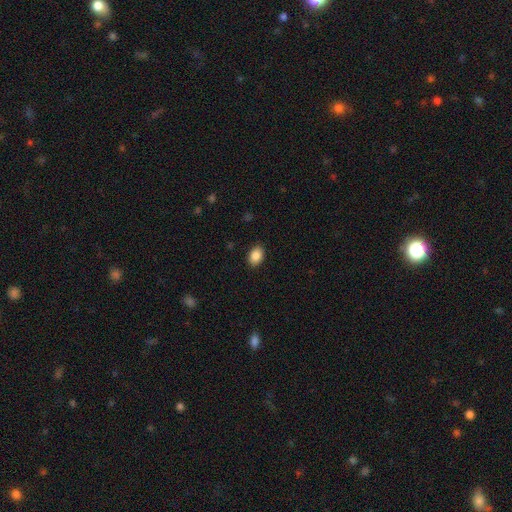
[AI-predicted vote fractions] Q: Smooth or featured?
A: smooth (88%); runner-up: star or artifact (8%)
Q: How rounded?
A: in between (82%); runner-up: round (17%)
Q: Merging?
A: none (89%); runner-up: minor disturbance (8%)